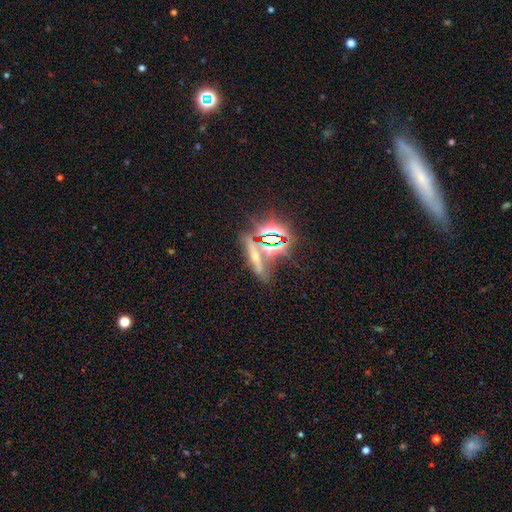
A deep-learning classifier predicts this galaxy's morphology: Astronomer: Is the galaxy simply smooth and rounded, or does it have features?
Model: star or artifact — 59%.